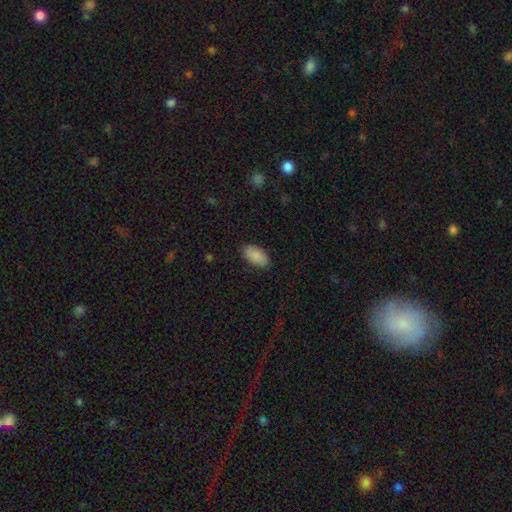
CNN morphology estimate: Smooth or featured? smooth (89%)
How rounded? in between (95%)
Merging? none (88%)